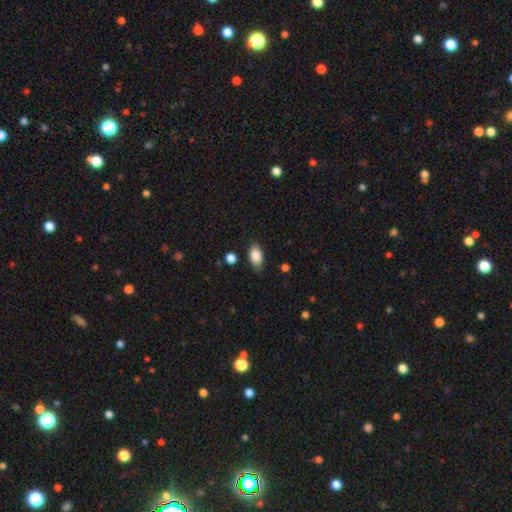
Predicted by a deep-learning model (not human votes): Q: Smooth or featured?
A: smooth (88%); runner-up: star or artifact (7%)
Q: How rounded?
A: in between (92%); runner-up: round (5%)
Q: Merging?
A: none (82%); runner-up: minor disturbance (13%)